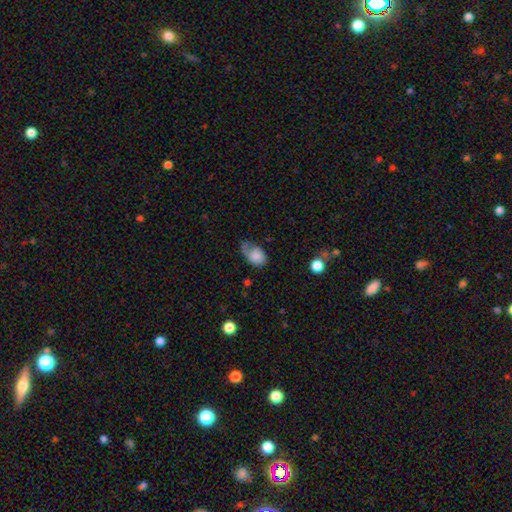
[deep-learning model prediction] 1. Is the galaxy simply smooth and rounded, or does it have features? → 74% smooth, 18% featured or disk, 8% star or artifact.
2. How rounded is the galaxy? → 76% in between, 23% round, 1% cigar-shaped.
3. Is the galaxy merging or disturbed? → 35% minor disturbance, 30% none, 30% major disturbance, 5% merger.